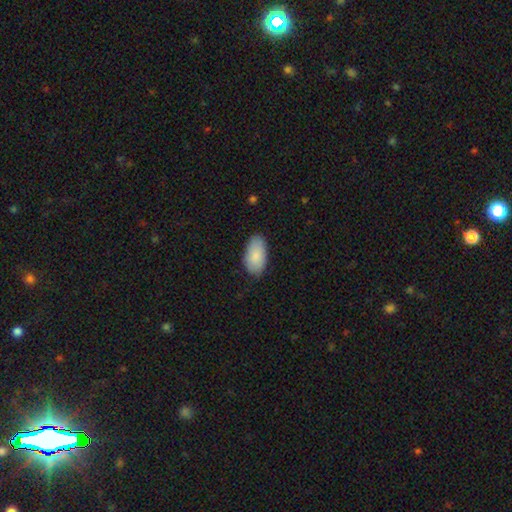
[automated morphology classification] This is clearly a smooth galaxy (87%). How rounded: clearly in between (95%). Merging: likely none (79%).